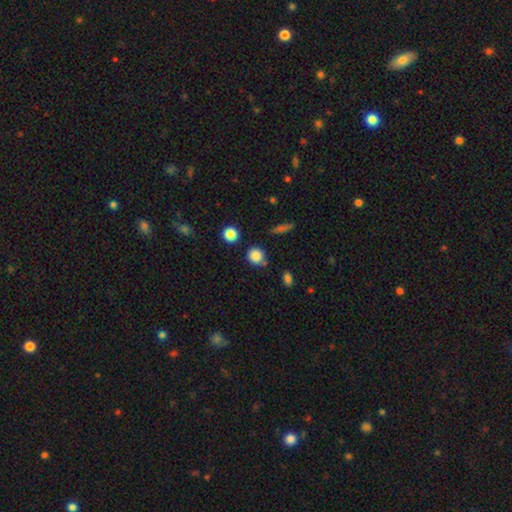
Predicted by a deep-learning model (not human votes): Q: Smooth or featured?
A: smooth (84%); runner-up: star or artifact (11%)
Q: How rounded?
A: round (88%); runner-up: in between (11%)
Q: Merging?
A: none (77%); runner-up: minor disturbance (13%)